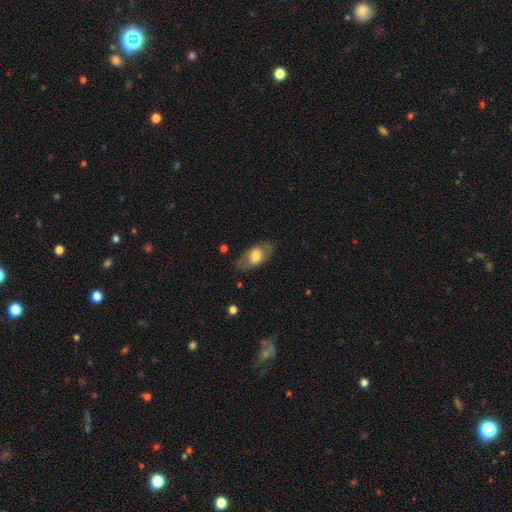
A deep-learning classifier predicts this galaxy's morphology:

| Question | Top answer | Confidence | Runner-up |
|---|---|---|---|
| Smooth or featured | smooth | 62% | featured or disk (32%) |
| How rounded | in between | 89% | round (7%) |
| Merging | none | 79% | minor disturbance (14%) |